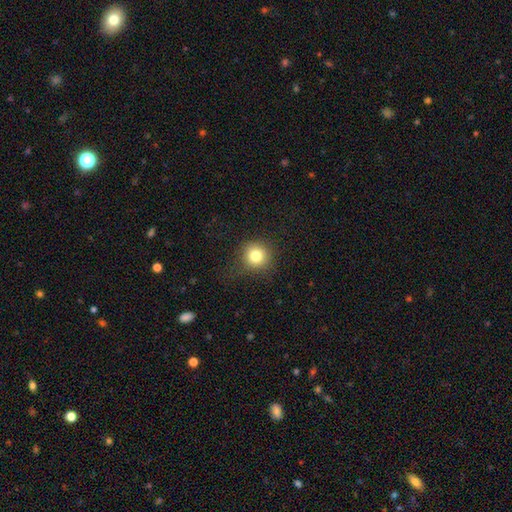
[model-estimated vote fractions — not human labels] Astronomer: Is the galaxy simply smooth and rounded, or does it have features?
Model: smooth — 80%.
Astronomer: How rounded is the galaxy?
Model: round — 93%.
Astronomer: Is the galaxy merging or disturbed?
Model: none — 81%.